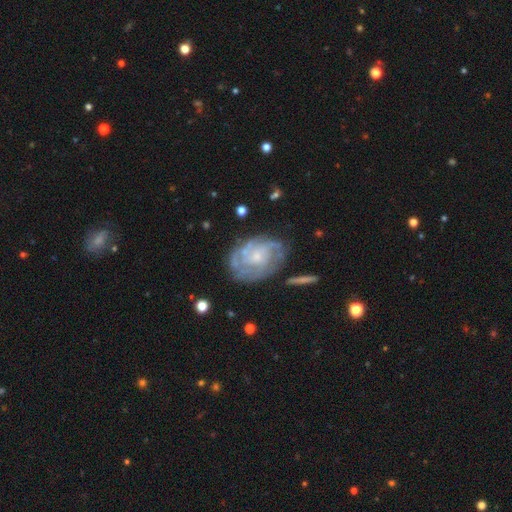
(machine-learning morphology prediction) Smooth or featured?
  - featured or disk: 82% *
  - smooth: 12%
  - star or artifact: 6%
Edge-on disk?
  - no: 97% *
  - yes: 3%
Bar?
  - no: 72% *
  - weak: 24%
  - strong: 4%
Spiral arms?
  - yes: 90% *
  - no: 10%
Spiral winding?
  - tight: 60% *
  - medium: 31%
  - loose: 9%
Spiral arm count?
  - can't tell: 40% *
  - 3: 18%
  - 2: 16%
  - 4: 14%
  - more than 4: 6%
  - 1: 5%
Bulge size?
  - small: 68% *
  - moderate: 24%
  - none: 6%
  - large: 2%
  - dominant: 1%
Merging?
  - none: 68% *
  - minor disturbance: 20%
  - major disturbance: 9%
  - merger: 3%